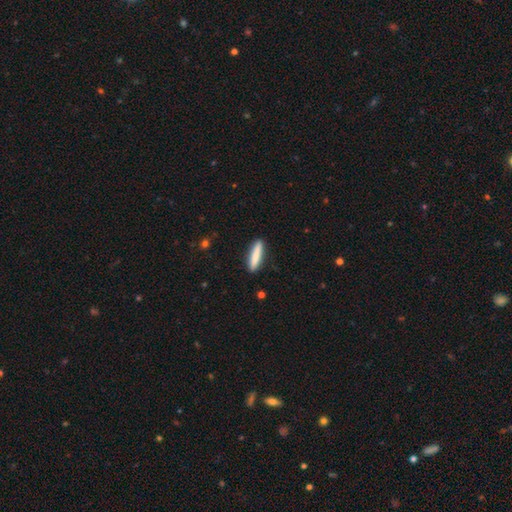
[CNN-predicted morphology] A smooth galaxy with no disk features (83%) that is cigar-shaped (85%). Merging: none (90%).